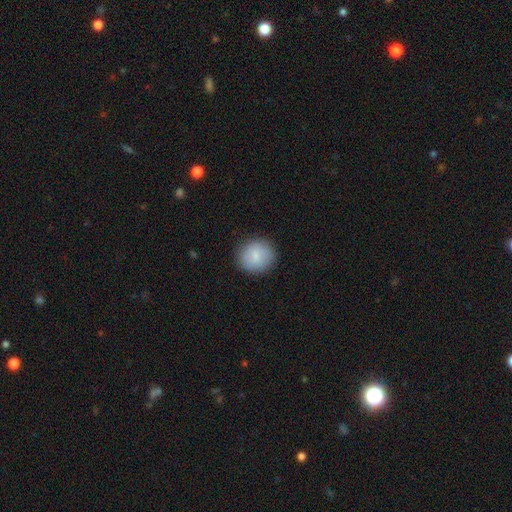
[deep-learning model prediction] A smooth galaxy with no disk features (83%) that is round (86%). Merging: none (88%).